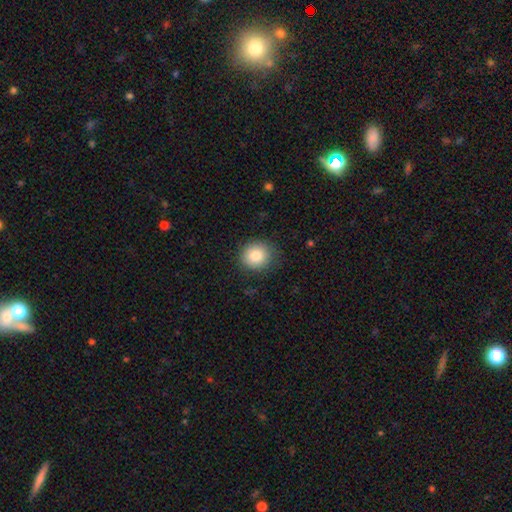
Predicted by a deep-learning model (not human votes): A smooth galaxy with no disk features (83%) that is round (85%).

Vote fractions:
- Smooth or featured? smooth: 83% / star or artifact: 9% / featured or disk: 8%
- How rounded? round: 85% / in between: 14% / cigar-shaped: 1%
- Merging? none: 83% / minor disturbance: 13% / major disturbance: 3% / merger: 1%